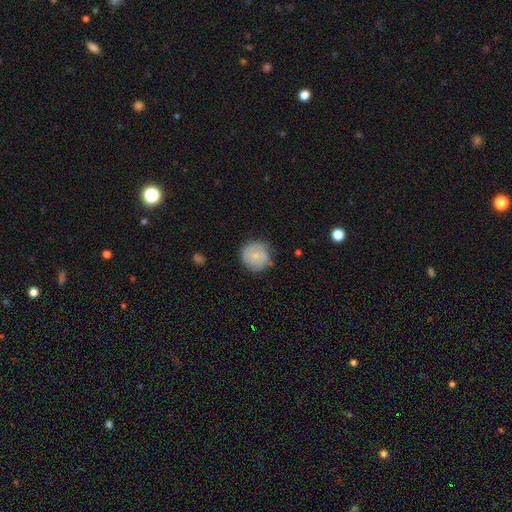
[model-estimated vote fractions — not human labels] This appears to be a smooth galaxy with no disk features (67%) that is round (92%). Merging: none (73%).